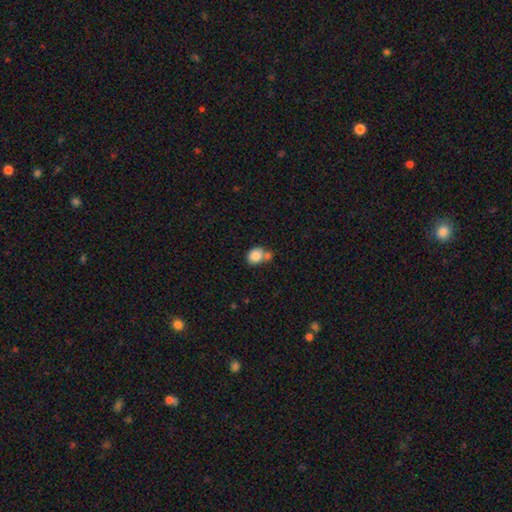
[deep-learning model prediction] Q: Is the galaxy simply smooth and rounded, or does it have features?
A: smooth — 85%.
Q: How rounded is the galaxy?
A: round — 56%.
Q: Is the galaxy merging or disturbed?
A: none — 44%.